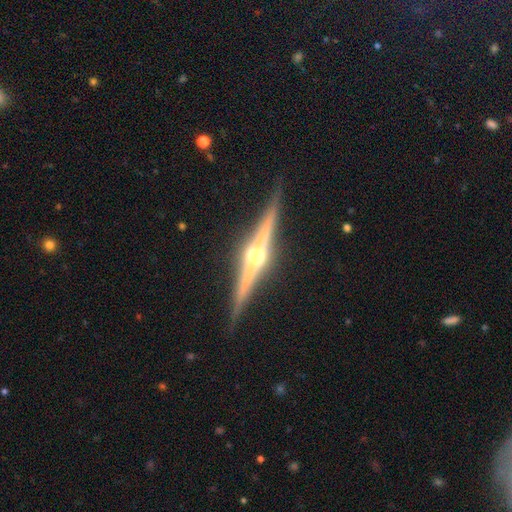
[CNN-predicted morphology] type=featured or disk (86%); edge-on=yes (98%); edge-on bulge=rounded (95%); merging=none (90%).